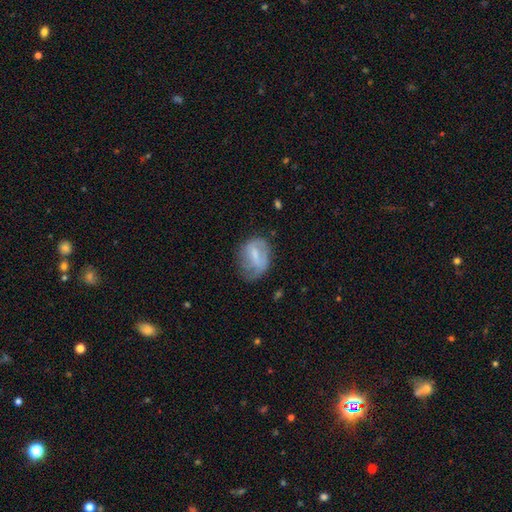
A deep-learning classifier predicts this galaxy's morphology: Smooth or featured: smooth — 50% (featured or disk — 42%)
How rounded: in between — 65% (round — 33%)
Merging: none — 40% (minor disturbance — 34%)